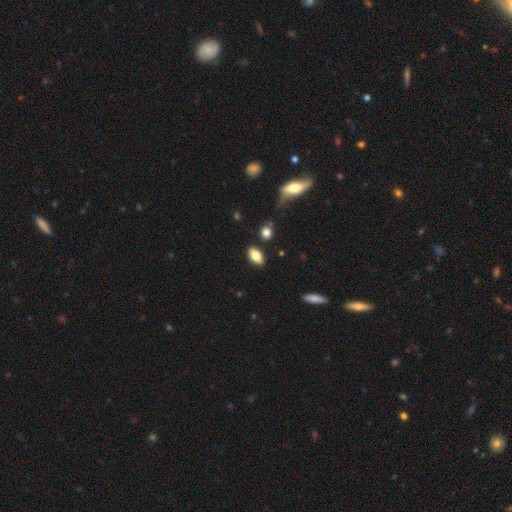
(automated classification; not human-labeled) A smooth galaxy with no disk features (75%) that is in between round and cigar-shaped (88%). Merging: none (85%).